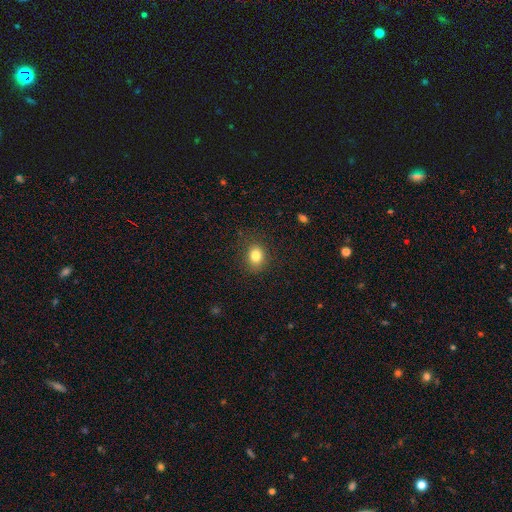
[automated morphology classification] Smooth or featured?
  - smooth: 82% *
  - star or artifact: 11%
  - featured or disk: 7%
How rounded?
  - round: 56% *
  - in between: 43%
  - cigar-shaped: 1%
Merging?
  - none: 85% *
  - minor disturbance: 10%
  - major disturbance: 3%
  - merger: 1%